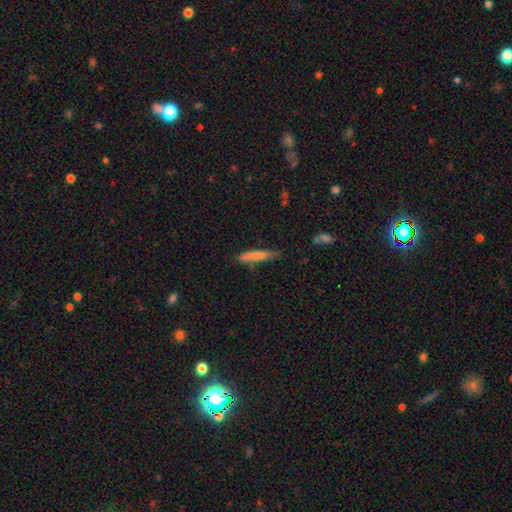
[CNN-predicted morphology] Smooth or featured? Predicted: smooth (p=0.75). How rounded? Predicted: cigar-shaped (p=0.87). Merging? Predicted: none (p=0.67).